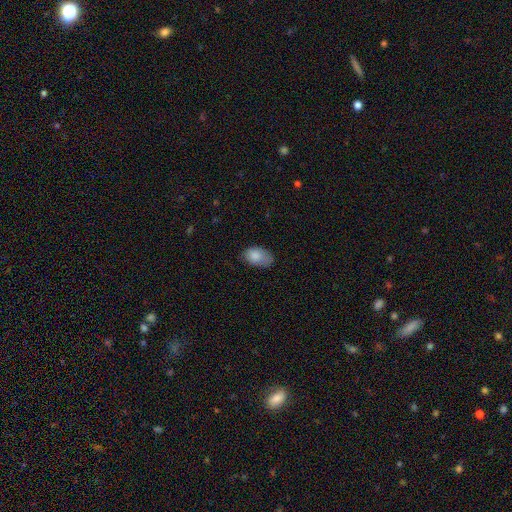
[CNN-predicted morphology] Overall: smooth (84%). How rounded: in between (91%). Merging: none (60%; minor disturbance 30%).